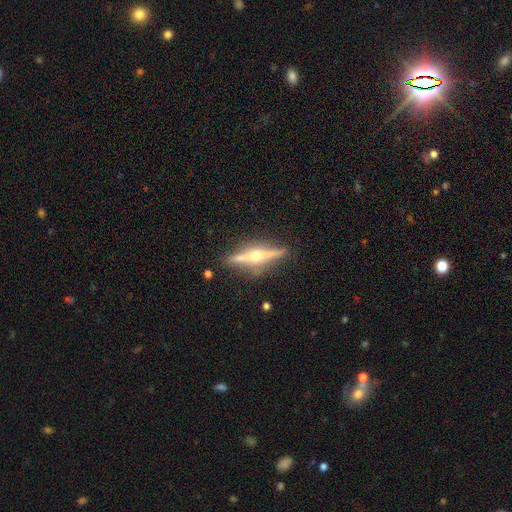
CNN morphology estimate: This appears to be a featured or disk galaxy (81%) viewed edge-on (97%) with a rounded central bulge (95%). Merging: none (86%).